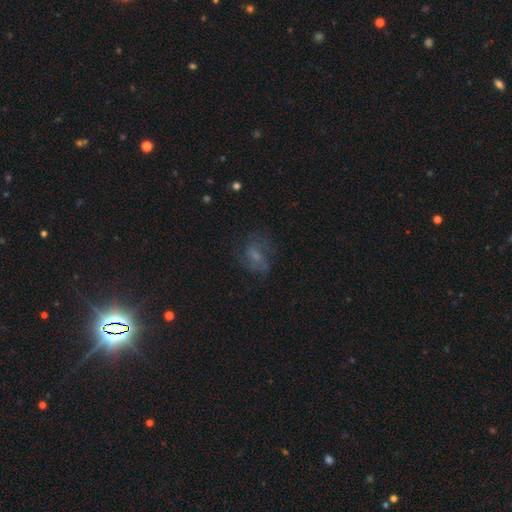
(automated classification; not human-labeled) Overall: featured or disk (49%; smooth 34%). Merging: none (58%; minor disturbance 20%).